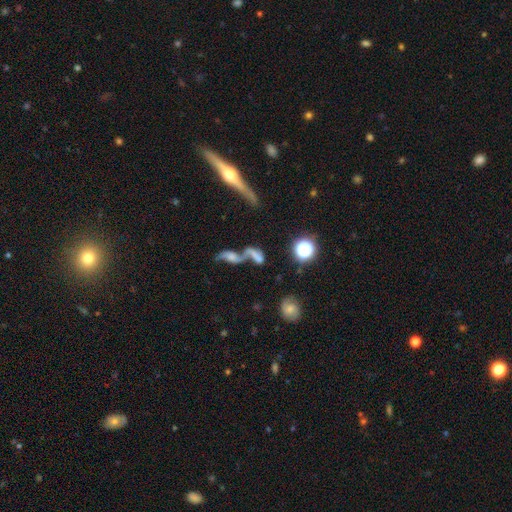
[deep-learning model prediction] A featured or disk galaxy (41%). Merging: merger (67%).